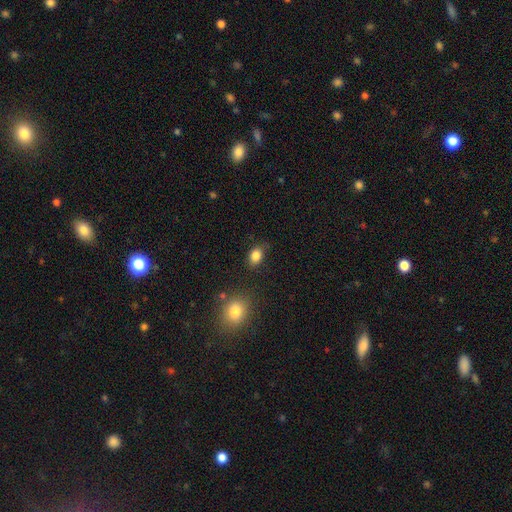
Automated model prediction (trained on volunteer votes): The model was most divided on "how rounded": in between: 72%, round: 27%, cigar-shaped: 1%. More confident: smooth or featured — smooth (85%); merging — none (78%).